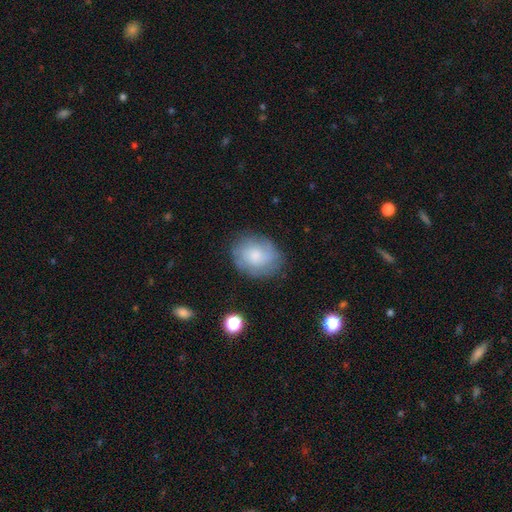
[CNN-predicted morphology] Smooth or featured? Predicted: smooth (p=0.54). How rounded? Predicted: round (p=0.51). Merging? Predicted: none (p=0.73).